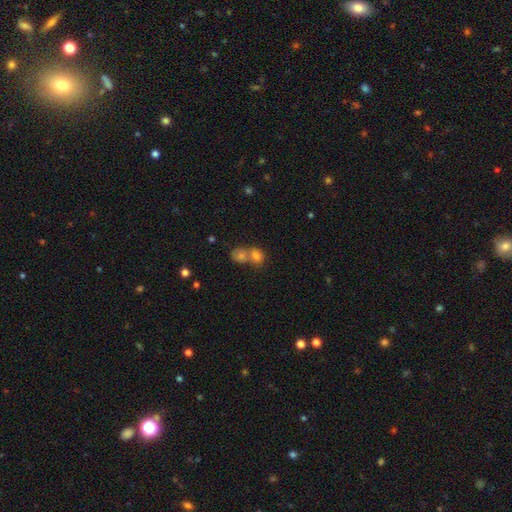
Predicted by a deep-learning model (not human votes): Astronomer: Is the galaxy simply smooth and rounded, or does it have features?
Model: smooth — 76%.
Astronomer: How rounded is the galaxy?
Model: round — 59% (runner-up: in between, 40%).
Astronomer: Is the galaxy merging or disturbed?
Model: merger — 63%.